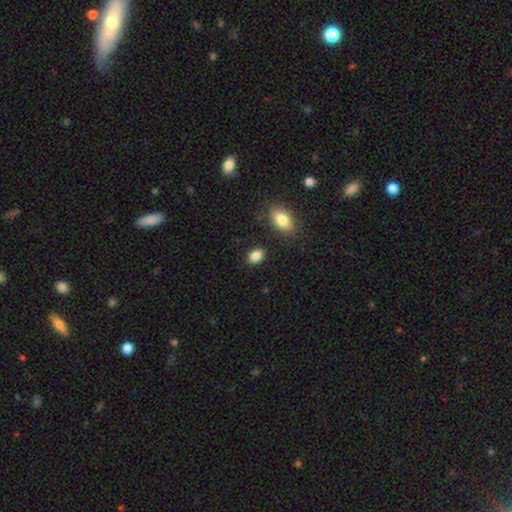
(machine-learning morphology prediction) Smooth or featured? Predicted: smooth (p=0.87). How rounded? Predicted: in between (p=0.79). Merging? Predicted: none (p=0.87).